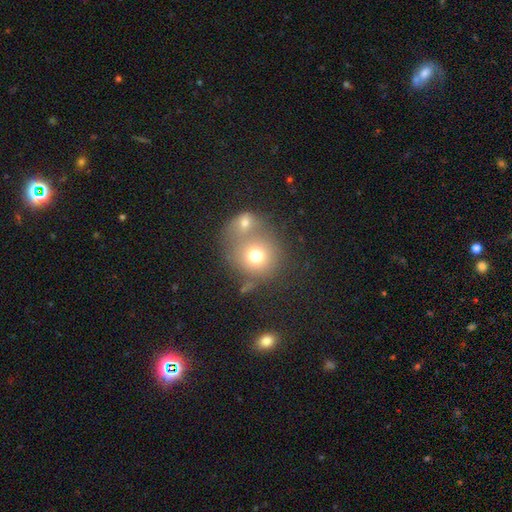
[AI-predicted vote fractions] A smooth galaxy with no disk features (71%) that is round (85%). Merging: merger (47%).